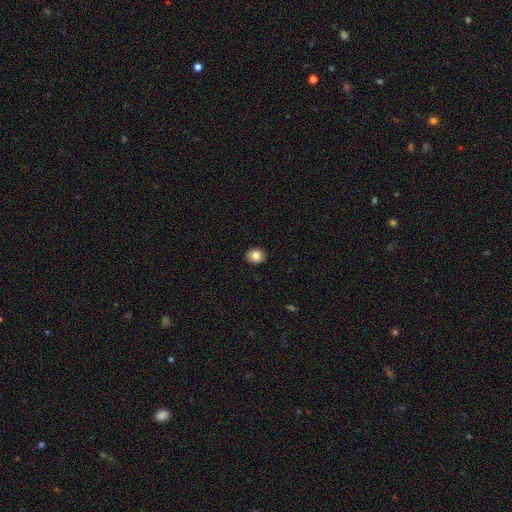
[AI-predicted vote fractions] smooth 84%, star or artifact 9%, featured or disk 8%. Down the decision tree: how rounded — in between (50%); merging — none (89%).